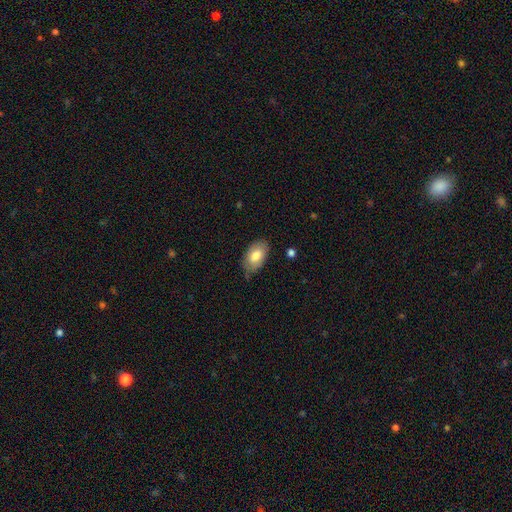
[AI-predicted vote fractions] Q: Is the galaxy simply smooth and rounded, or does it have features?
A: smooth — 78%.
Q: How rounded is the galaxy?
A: in between — 93%.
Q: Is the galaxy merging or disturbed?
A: none — 72%.